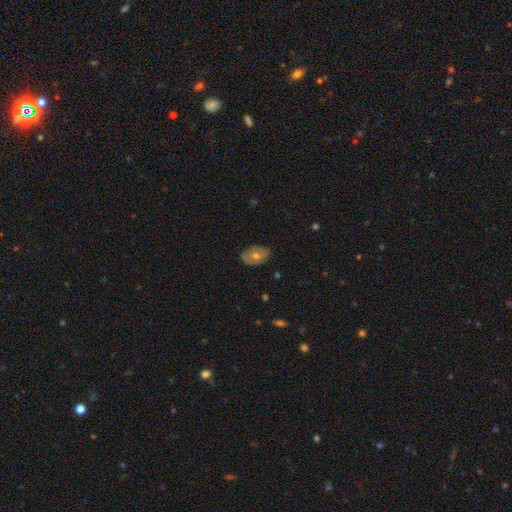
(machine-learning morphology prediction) Smooth or featured? featured or disk (49%)
Merging? none (81%)